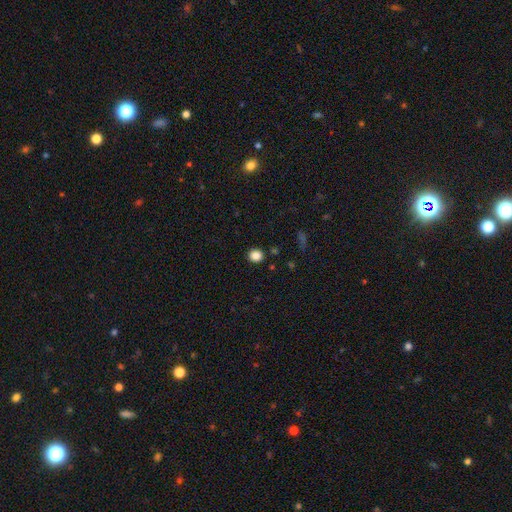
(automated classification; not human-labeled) The model was most divided on "how rounded": round: 86%, in between: 13%, cigar-shaped: 1%. More confident: merging — none (90%); smooth or featured — smooth (85%).